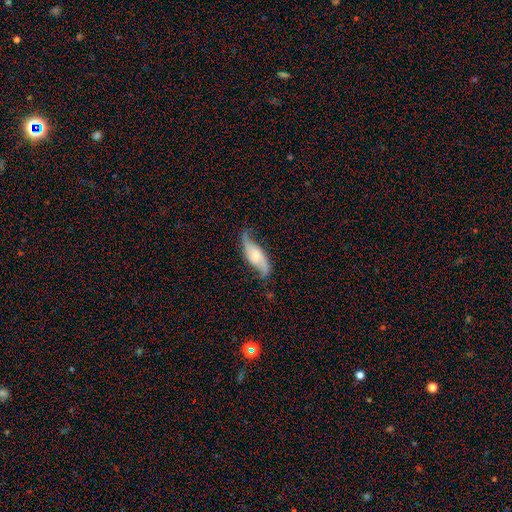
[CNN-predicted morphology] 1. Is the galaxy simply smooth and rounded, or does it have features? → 75% featured or disk, 18% smooth, 6% star or artifact.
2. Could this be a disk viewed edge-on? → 90% no, 10% yes.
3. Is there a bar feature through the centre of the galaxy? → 63% no, 27% weak, 10% strong.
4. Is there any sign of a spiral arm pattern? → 94% yes, 6% no.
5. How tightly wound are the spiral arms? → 77% loose, 17% medium, 6% tight.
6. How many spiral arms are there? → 91% 2, 3% can't tell, 3% 1, 1% 3, 1% 4, 1% more than 4.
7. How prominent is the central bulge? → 47% small, 35% moderate, 8% none, 7% large, 2% dominant.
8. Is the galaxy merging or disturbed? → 68% none, 21% minor disturbance, 9% major disturbance, 2% merger.